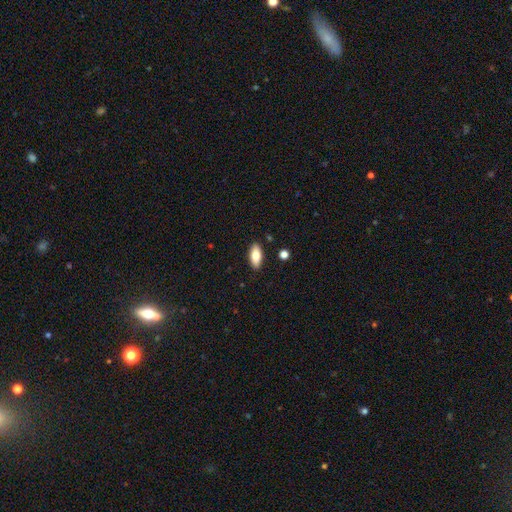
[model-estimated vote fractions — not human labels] Smooth or featured: smooth — 77% (featured or disk — 16%)
How rounded: in between — 86% (cigar-shaped — 11%)
Merging: none — 88% (minor disturbance — 8%)